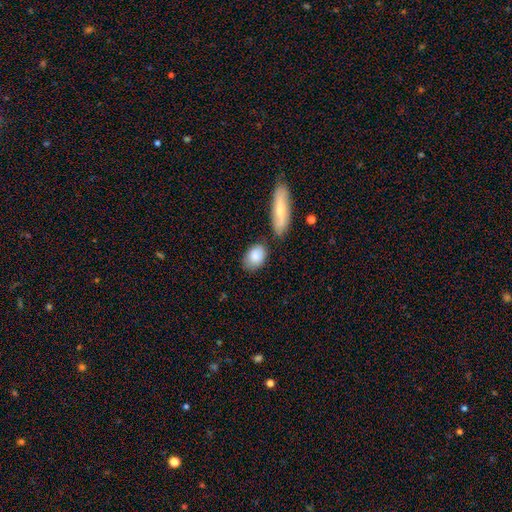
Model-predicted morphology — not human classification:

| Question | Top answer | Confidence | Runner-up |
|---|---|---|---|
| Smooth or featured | smooth | 85% | featured or disk (10%) |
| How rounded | in between | 80% | round (17%) |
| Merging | none | 65% | minor disturbance (18%) |